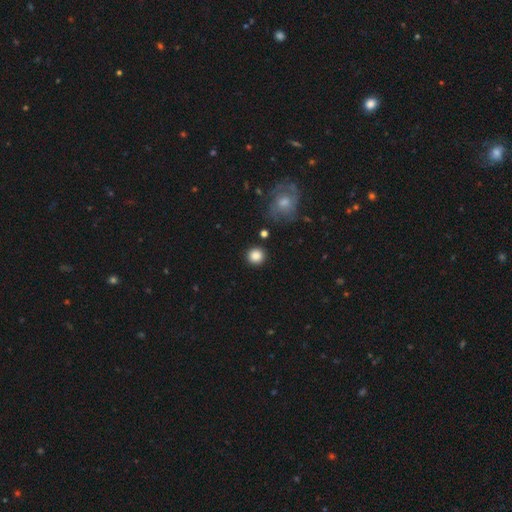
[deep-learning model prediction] The model was most divided on "smooth or featured": smooth: 86%, star or artifact: 10%, featured or disk: 4%. More confident: how rounded — round (93%); merging — none (88%).